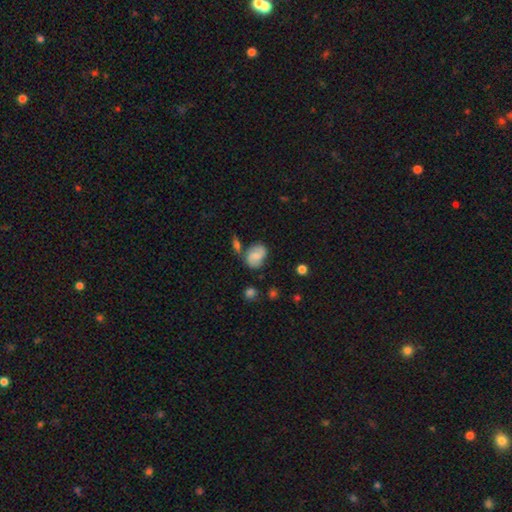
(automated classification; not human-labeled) smooth 51%, featured or disk 40%, star or artifact 9%. Down the decision tree: how rounded — in between (69%); merging — none (61%).